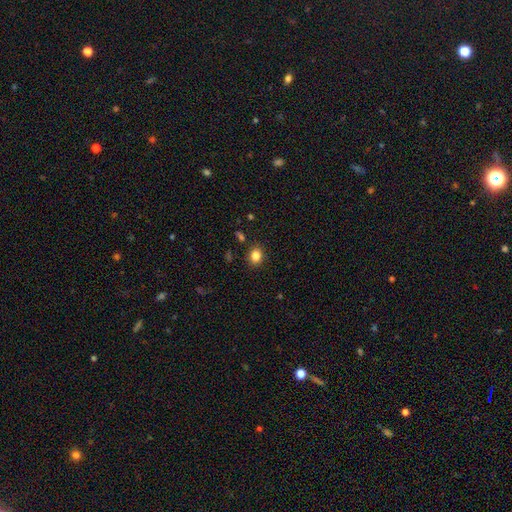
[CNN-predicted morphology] Q: Smooth or featured?
A: smooth (83%); runner-up: star or artifact (11%)
Q: How rounded?
A: round (59%); runner-up: in between (40%)
Q: Merging?
A: none (87%); runner-up: minor disturbance (8%)